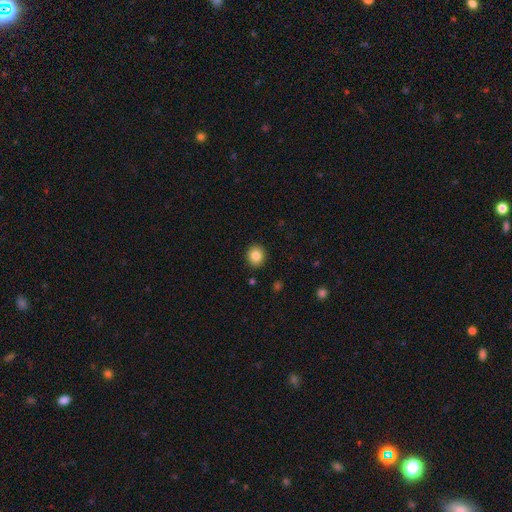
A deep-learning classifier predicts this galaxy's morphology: A smooth galaxy with no disk features (84%) that is round (77%). Merging: none (91%).